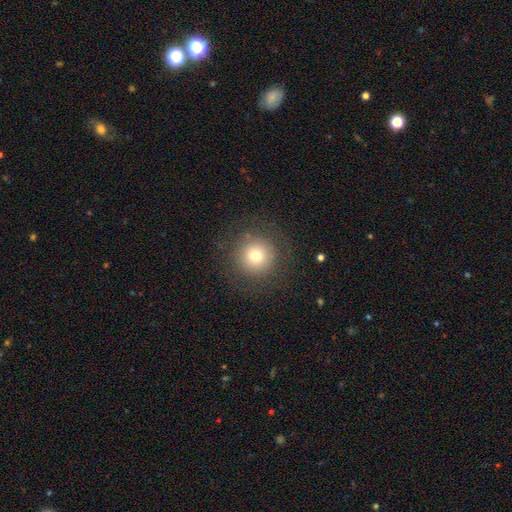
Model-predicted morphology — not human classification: Smooth or featured?
  - smooth: 73% *
  - star or artifact: 14%
  - featured or disk: 13%
How rounded?
  - round: 96% *
  - in between: 4%
  - cigar-shaped: 1%
Merging?
  - none: 85% *
  - minor disturbance: 8%
  - major disturbance: 5%
  - merger: 1%